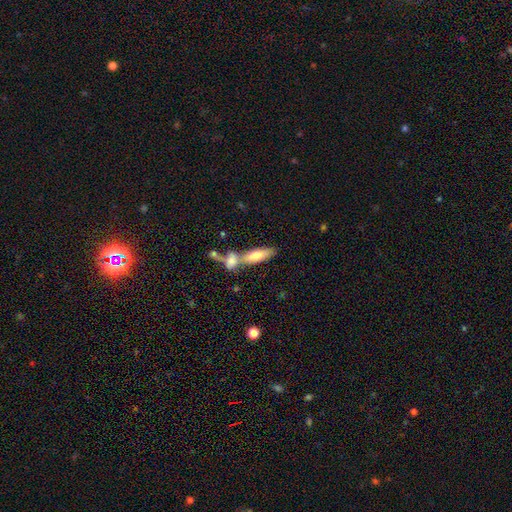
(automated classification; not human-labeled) A smooth galaxy with no disk features (70%) that is in between round and cigar-shaped (50%).

Vote fractions:
- Smooth or featured? smooth: 70% / featured or disk: 23% / star or artifact: 7%
- How rounded? in between: 50% / cigar-shaped: 47% / round: 3%
- Merging? merger: 47% / none: 38% / minor disturbance: 10% / major disturbance: 5%